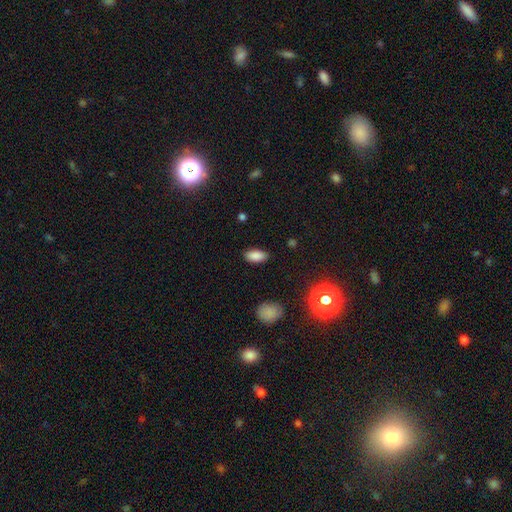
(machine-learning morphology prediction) smooth 85%, star or artifact 9%, featured or disk 5%. Down the decision tree: how rounded — in between (91%); merging — none (86%).